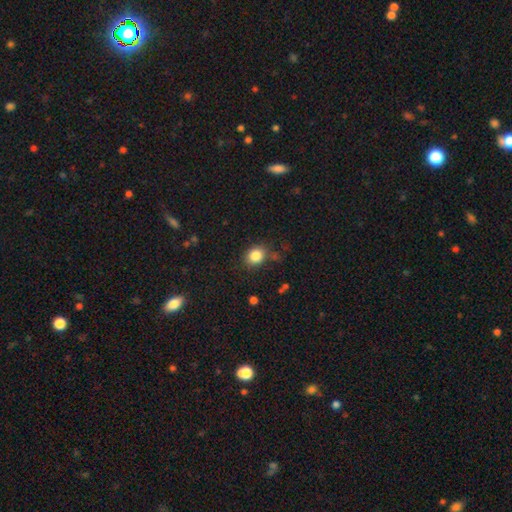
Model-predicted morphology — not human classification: Smooth or featured? Predicted: smooth (p=0.84). How rounded? Predicted: round (p=0.65). Merging? Predicted: none (p=0.78).